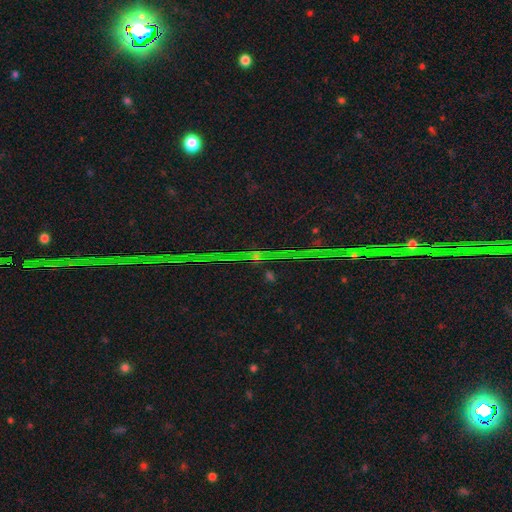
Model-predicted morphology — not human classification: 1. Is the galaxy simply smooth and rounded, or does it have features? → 81% star or artifact, 11% featured or disk, 8% smooth.